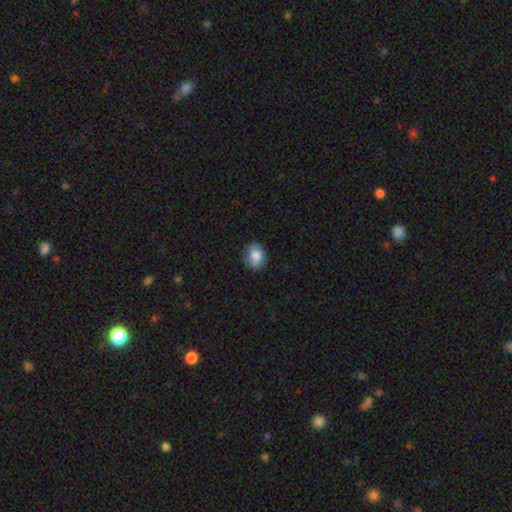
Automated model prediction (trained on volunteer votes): A smooth galaxy with no disk features (78%) that is round (59%). Merging: none (78%).